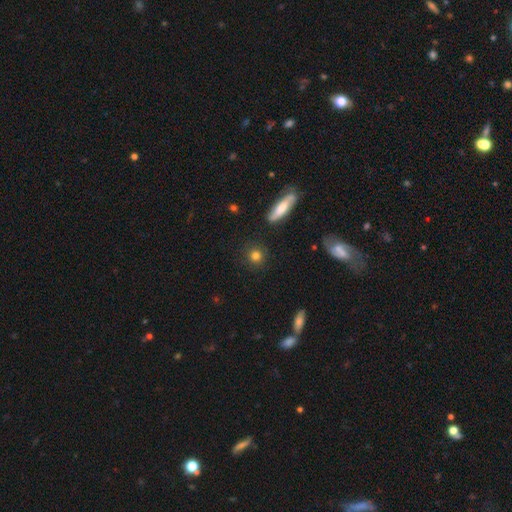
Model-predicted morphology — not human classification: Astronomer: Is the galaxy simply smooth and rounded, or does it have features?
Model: smooth — 82%.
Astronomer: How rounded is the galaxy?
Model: round — 87%.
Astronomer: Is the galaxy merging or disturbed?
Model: none — 88%.